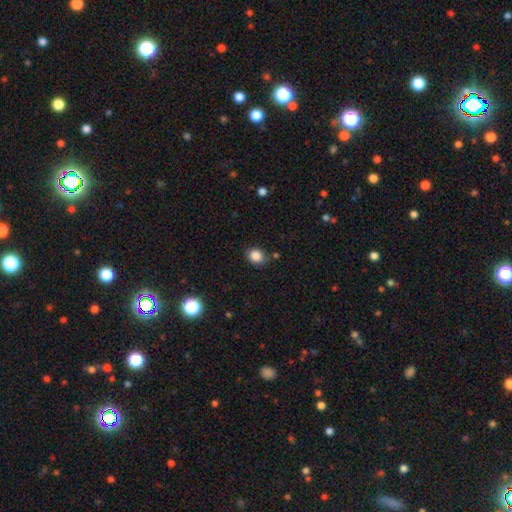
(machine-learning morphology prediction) Overall: smooth (85%). How rounded: round (61%; in between 38%). Merging: none (78%).